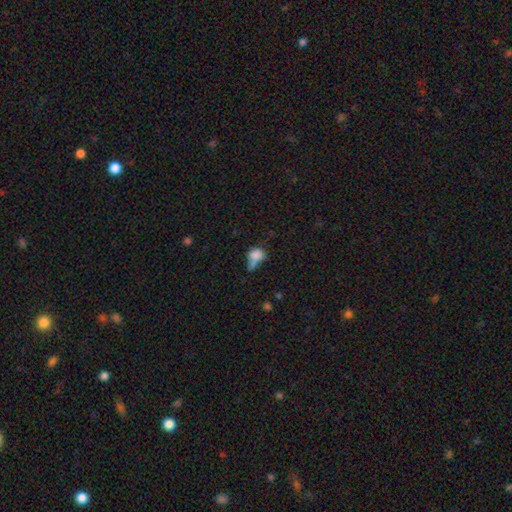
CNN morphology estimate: This is likely a smooth galaxy (79%). How rounded: possibly in between (51%). Merging: marginally merger (41%).